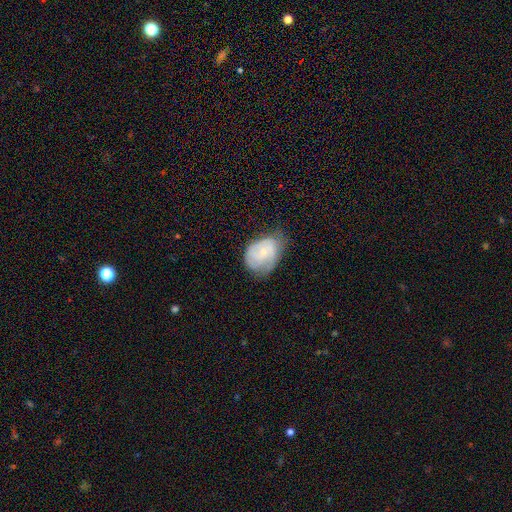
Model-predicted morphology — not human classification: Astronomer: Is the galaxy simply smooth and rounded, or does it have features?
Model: featured or disk — 50% (runner-up: smooth, 43%).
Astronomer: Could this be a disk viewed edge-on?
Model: no — 97%.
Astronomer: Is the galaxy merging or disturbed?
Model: none — 46% (runner-up: minor disturbance, 38%).